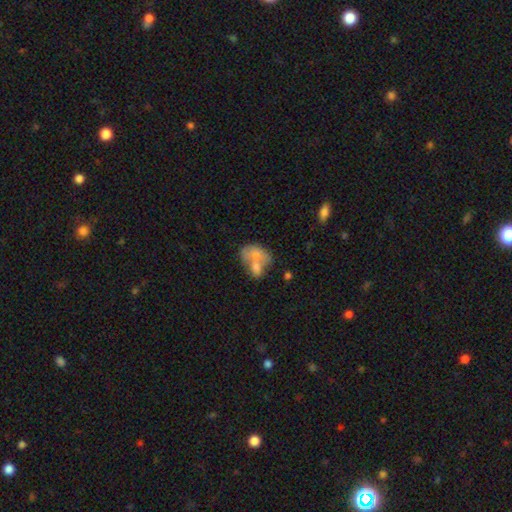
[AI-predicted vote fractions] smooth 65%, featured or disk 26%, star or artifact 9%. Down the decision tree: how rounded — in between (75%); merging — merger (62%).